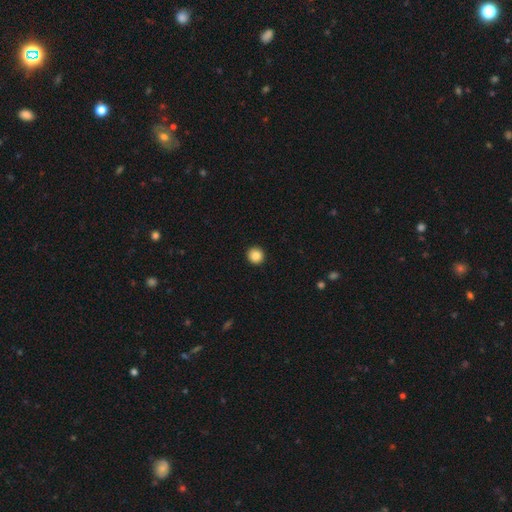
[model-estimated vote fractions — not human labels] smooth-or-featured: smooth: 86% | star or artifact: 10% | featured or disk: 5%
  how-rounded: round: 94% | in between: 5% | cigar-shaped: 1%
  merging: none: 93% | minor disturbance: 4% | major disturbance: 1% | merger: 1%